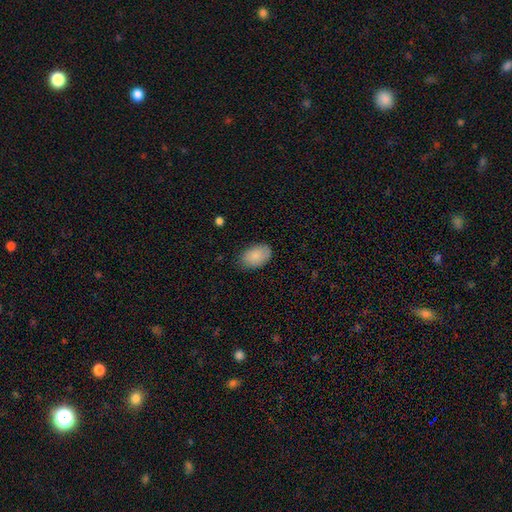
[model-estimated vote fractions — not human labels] smooth_or_featured: smooth (p=0.87) [alt: star or artifact p=0.06]
how_rounded: in between (p=0.91) [alt: round p=0.08]
merging: none (p=0.81) [alt: minor disturbance p=0.15]